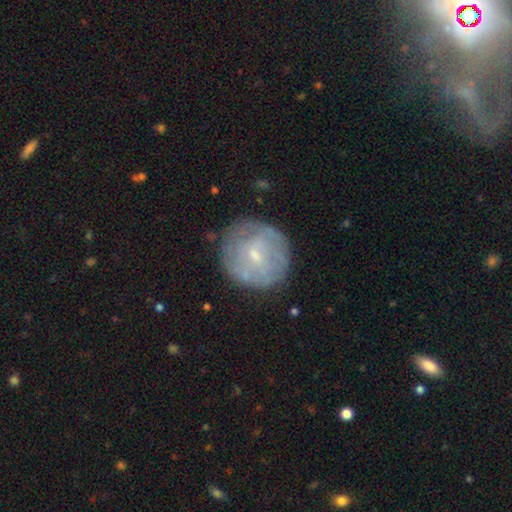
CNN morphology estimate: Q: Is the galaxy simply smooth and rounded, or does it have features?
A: featured or disk — 55%.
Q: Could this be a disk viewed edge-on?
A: no — 97%.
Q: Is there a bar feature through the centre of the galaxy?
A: weak — 50%.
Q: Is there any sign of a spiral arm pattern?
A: yes — 55%.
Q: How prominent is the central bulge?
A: small — 60%.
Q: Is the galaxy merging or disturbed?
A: none — 76%.